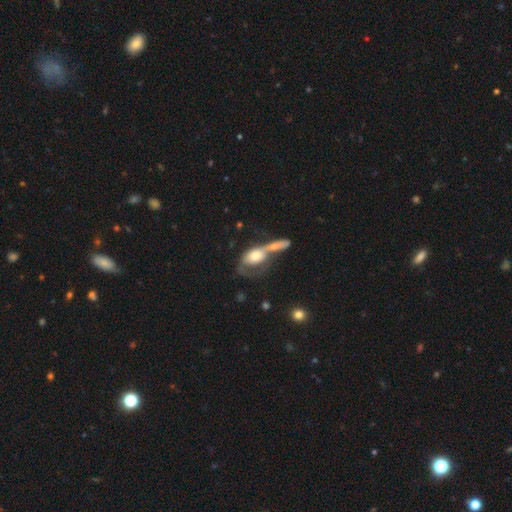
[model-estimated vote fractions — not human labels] Overall: smooth (52%; featured or disk 41%). How rounded: in between (77%). Merging: merger (62%).